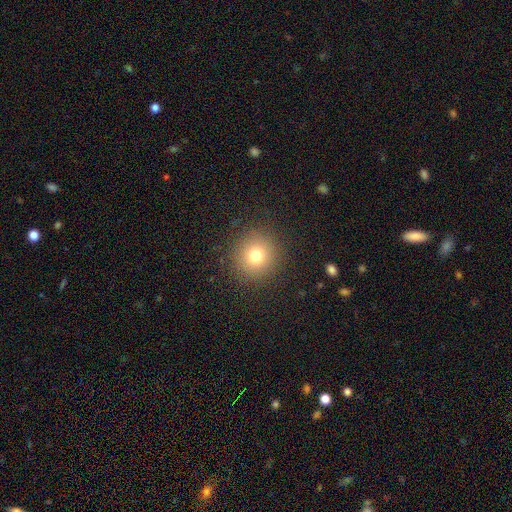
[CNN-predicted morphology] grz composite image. It shows a smooth galaxy with no disk features (75%) that is round (92%). Merging: none (89%).